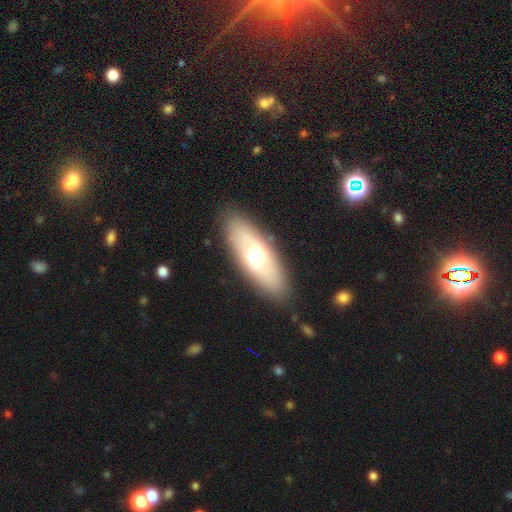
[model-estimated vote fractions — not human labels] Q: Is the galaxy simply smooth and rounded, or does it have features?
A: smooth — 58%.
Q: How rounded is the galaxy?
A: in between — 70%.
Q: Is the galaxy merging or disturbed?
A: none — 88%.